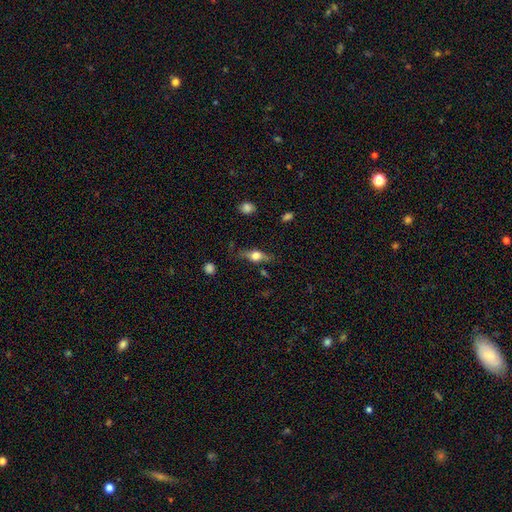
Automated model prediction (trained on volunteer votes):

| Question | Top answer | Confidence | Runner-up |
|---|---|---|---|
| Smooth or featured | featured or disk | 49% | smooth (43%) |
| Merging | none | 76% | minor disturbance (17%) |